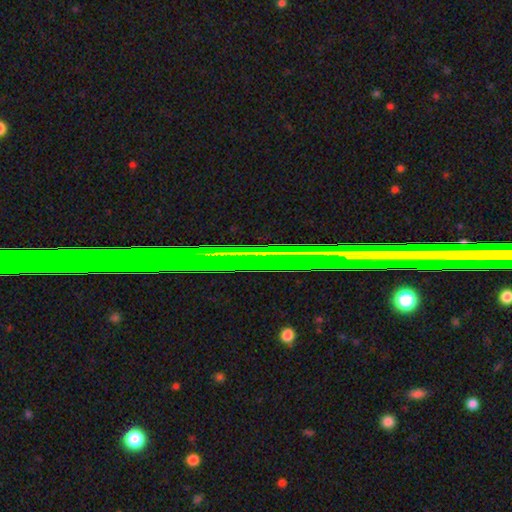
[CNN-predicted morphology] Smooth or featured?
  - star or artifact: 74% *
  - featured or disk: 17%
  - smooth: 9%